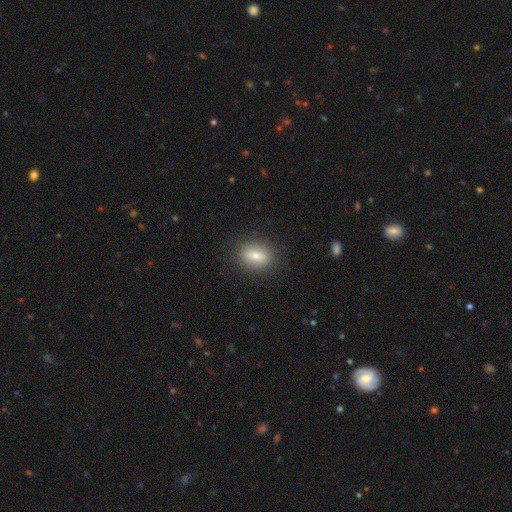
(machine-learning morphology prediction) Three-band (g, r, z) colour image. It shows a smooth galaxy with no disk features (76%) that is in between round and cigar-shaped (70%). Merging: none (86%).